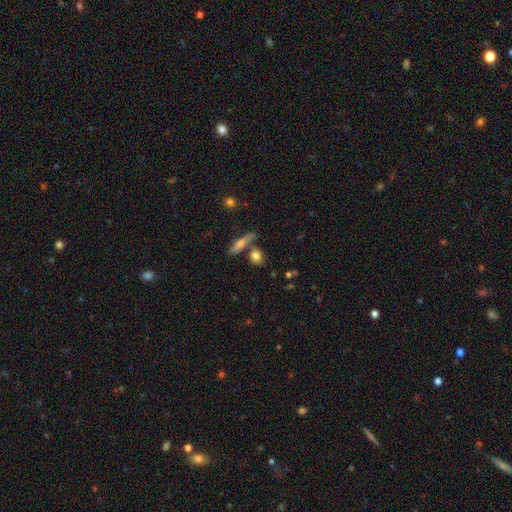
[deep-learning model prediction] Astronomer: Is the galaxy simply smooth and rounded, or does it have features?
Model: smooth — 78%.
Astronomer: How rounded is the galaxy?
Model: round — 55% (runner-up: in between, 34%).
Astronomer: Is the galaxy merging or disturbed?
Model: none — 61%.